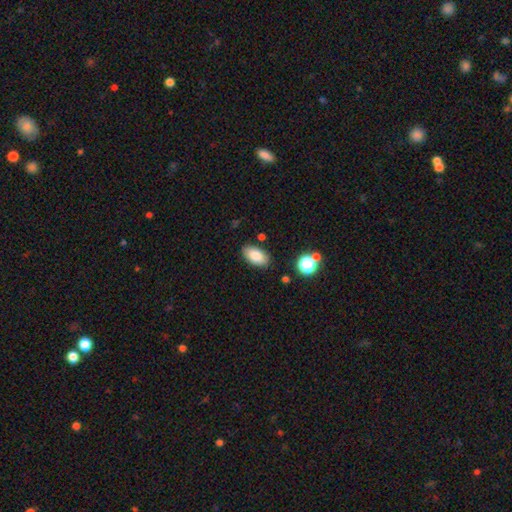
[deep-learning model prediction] A smooth galaxy with no disk features (85%) that is in between round and cigar-shaped (93%).

Vote fractions:
- Smooth or featured? smooth: 85% / star or artifact: 9% / featured or disk: 7%
- How rounded? in between: 93% / round: 5% / cigar-shaped: 2%
- Merging? none: 84% / minor disturbance: 11% / major disturbance: 3% / merger: 2%